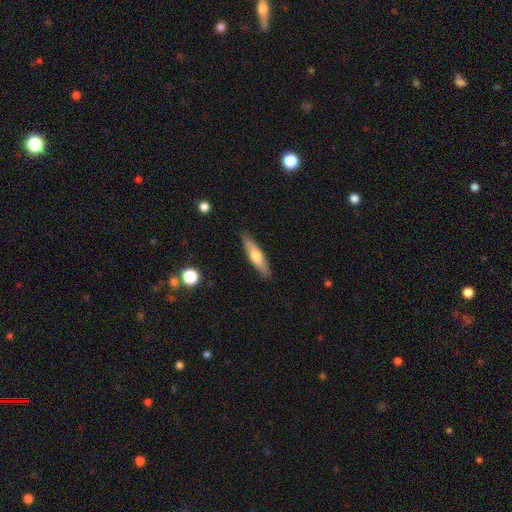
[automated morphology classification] type=smooth (53%); roundness=cigar-shaped (77%); merging=none (89%).